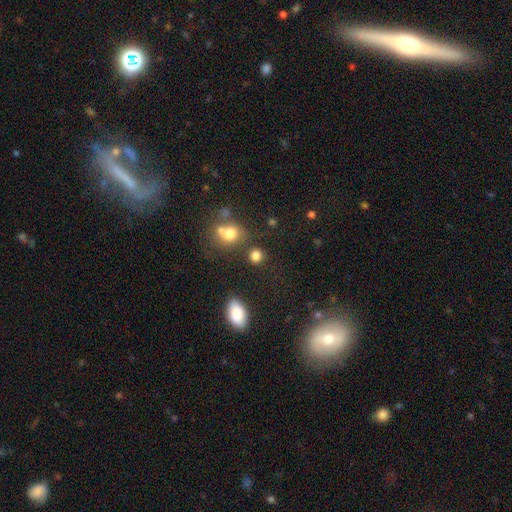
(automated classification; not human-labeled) Q: Smooth or featured?
A: smooth (82%); runner-up: star or artifact (12%)
Q: How rounded?
A: round (79%); runner-up: in between (20%)
Q: Merging?
A: none (73%); runner-up: merger (12%)